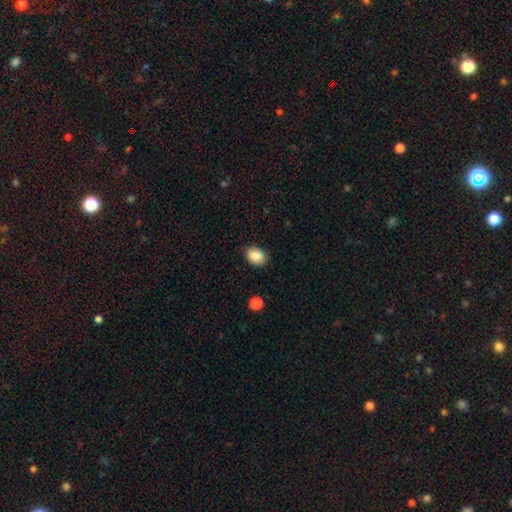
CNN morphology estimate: Overall: smooth (88%). How rounded: in between (69%; round 30%). Merging: none (85%).